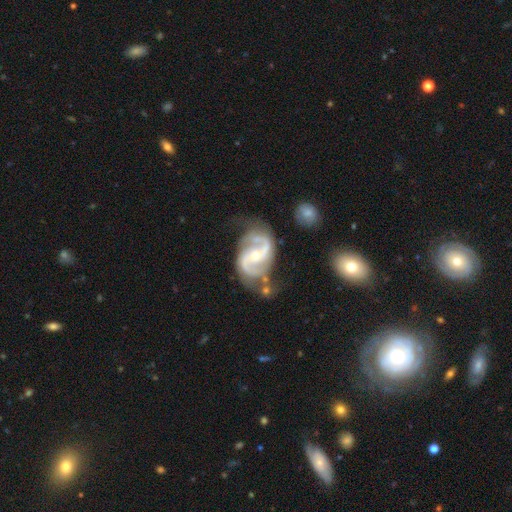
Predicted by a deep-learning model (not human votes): Overall: featured or disk (92%). Edge-on disk: no (98%). Bar: no (44%; weak 36%). Spiral arms: yes (98%). Spiral arm count: 2 (92%). Spiral winding: medium (58%; loose 26%). Bulge size: small (52%; moderate 45%). Merging: none (60%; minor disturbance 23%).